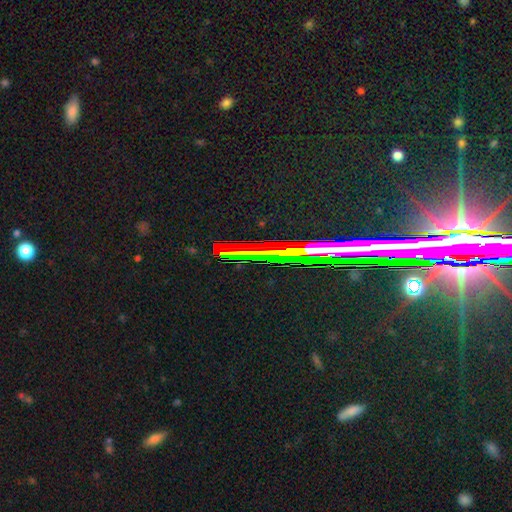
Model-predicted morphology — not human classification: This appears to be a star or artifact, not a galaxy (77%).